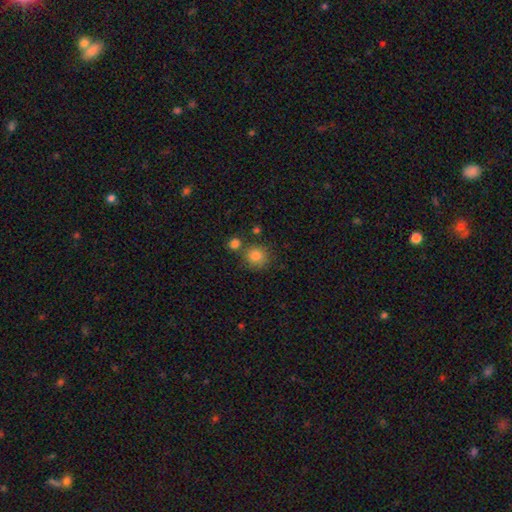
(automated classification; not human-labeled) This appears to be a smooth galaxy with no disk features (82%) that is round (89%). Merging: none (70%).